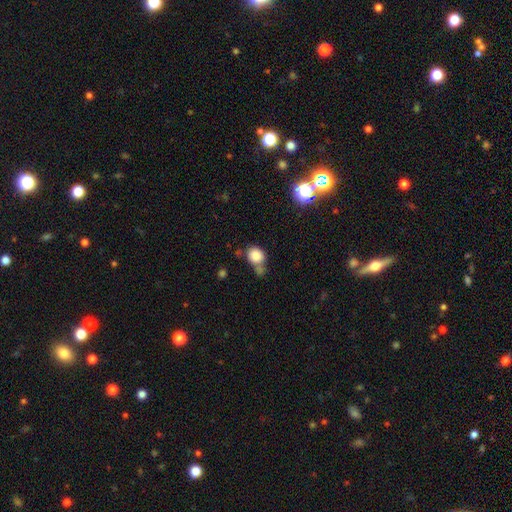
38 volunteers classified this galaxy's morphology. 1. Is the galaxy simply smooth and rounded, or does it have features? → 92% smooth, 5% star or artifact, 3% featured or disk.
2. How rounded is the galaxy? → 74% round, 23% in between, 3% cigar-shaped.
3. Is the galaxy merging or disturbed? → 50% none, 33% merger, 14% minor disturbance, 3% major disturbance.